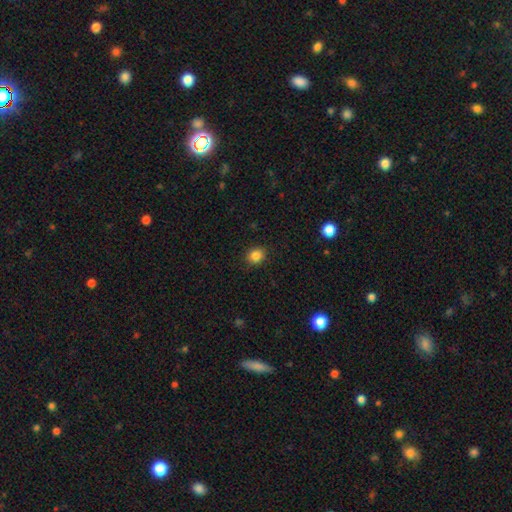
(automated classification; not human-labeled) smooth-or-featured: smooth: 85% | star or artifact: 11% | featured or disk: 4%
  how-rounded: round: 76% | in between: 23% | cigar-shaped: 1%
  merging: none: 89% | minor disturbance: 8% | major disturbance: 2% | merger: 1%